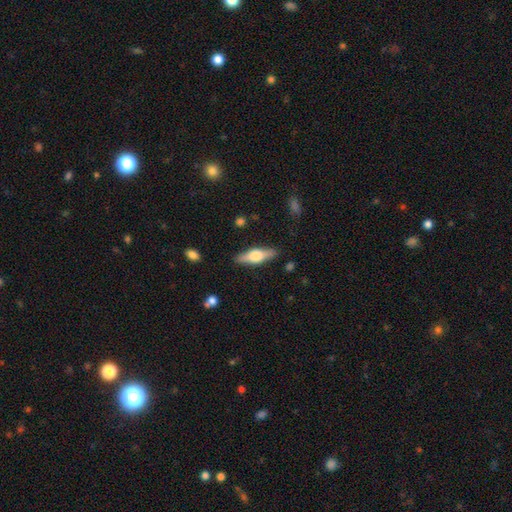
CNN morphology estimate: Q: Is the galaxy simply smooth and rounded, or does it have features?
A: featured or disk — 54%.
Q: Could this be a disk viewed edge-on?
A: yes — 93%.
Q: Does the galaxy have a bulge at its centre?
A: rounded — 91%.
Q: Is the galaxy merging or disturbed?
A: none — 87%.